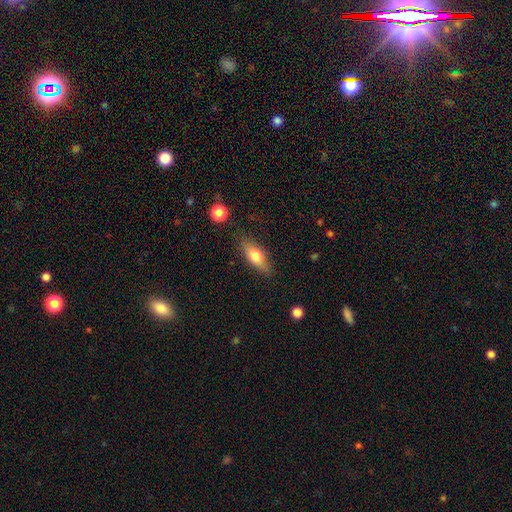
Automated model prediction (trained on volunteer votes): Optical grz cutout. It shows a smooth galaxy with no disk features (69%) that is in between round and cigar-shaped (69%). Merging: none (79%).